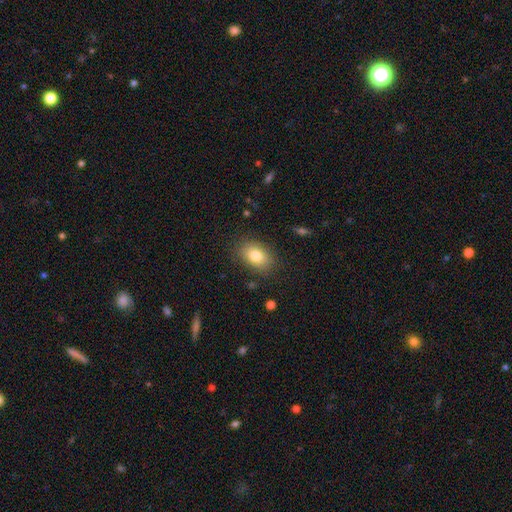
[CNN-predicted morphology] This is clearly a smooth galaxy (81%). How rounded: clearly in between (84%). Merging: clearly none (84%).